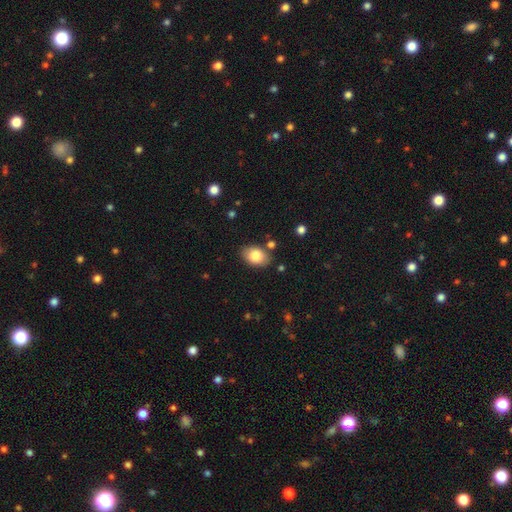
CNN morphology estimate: Overall: smooth (83%). How rounded: in between (85%). Merging: none (81%).